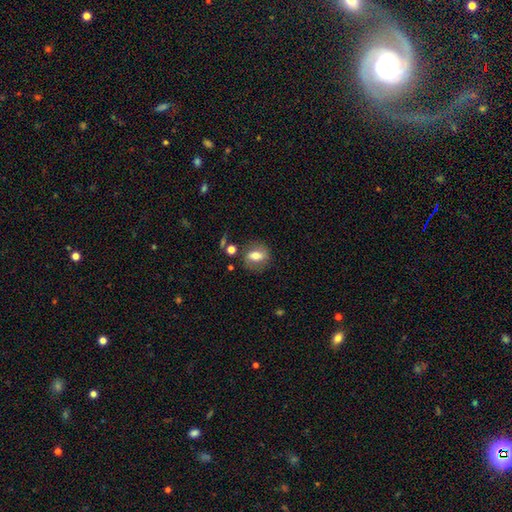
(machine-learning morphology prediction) type=smooth (57%); roundness=in between (59%); merging=none (72%).